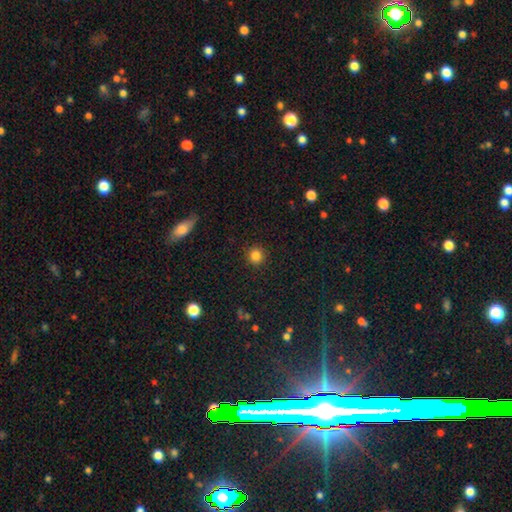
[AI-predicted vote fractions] smooth 84%, star or artifact 12%, featured or disk 5%. Down the decision tree: how rounded — round (92%); merging — none (92%).